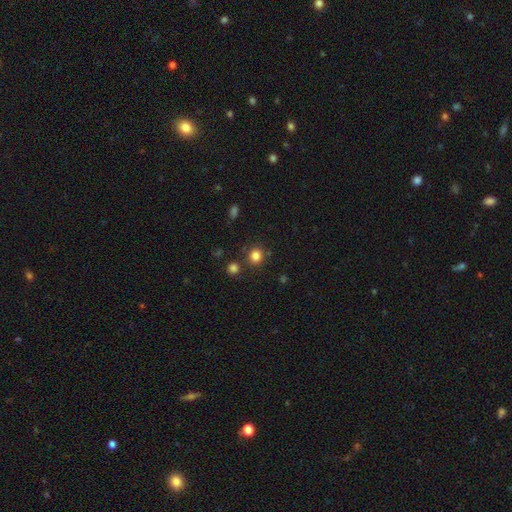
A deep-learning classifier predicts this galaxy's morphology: Smooth or featured?
  - smooth: 83% *
  - star or artifact: 13%
  - featured or disk: 5%
How rounded?
  - round: 83% *
  - in between: 16%
  - cigar-shaped: 1%
Merging?
  - none: 82% *
  - minor disturbance: 8%
  - merger: 7%
  - major disturbance: 3%